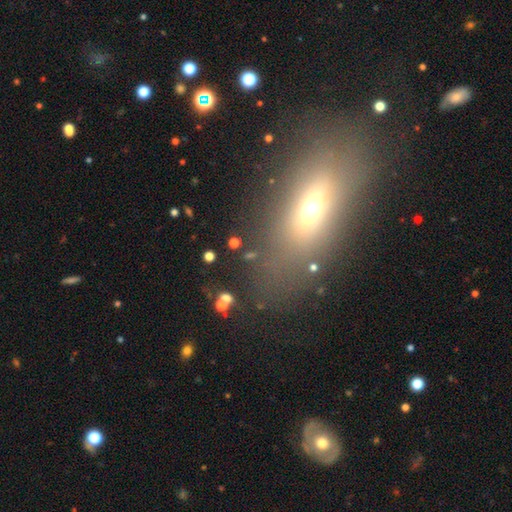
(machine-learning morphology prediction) smooth-or-featured: smooth: 53% | star or artifact: 25% | featured or disk: 22%
  how-rounded: in between: 68% | cigar-shaped: 16% | round: 16%
  merging: none: 74% | minor disturbance: 13% | major disturbance: 9% | merger: 4%